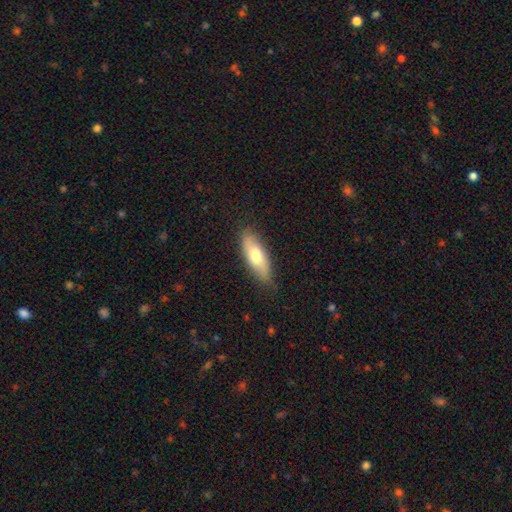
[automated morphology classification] Smooth or featured? smooth (68%)
How rounded? in between (63%)
Merging? none (82%)